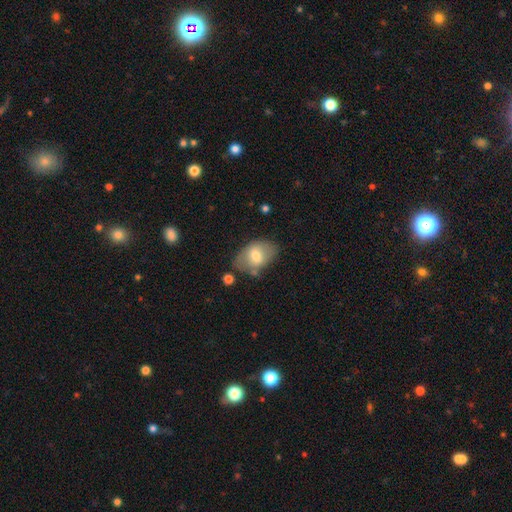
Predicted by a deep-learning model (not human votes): Overall: smooth (65%; featured or disk 28%). How rounded: in between (83%). Merging: none (62%; minor disturbance 23%).